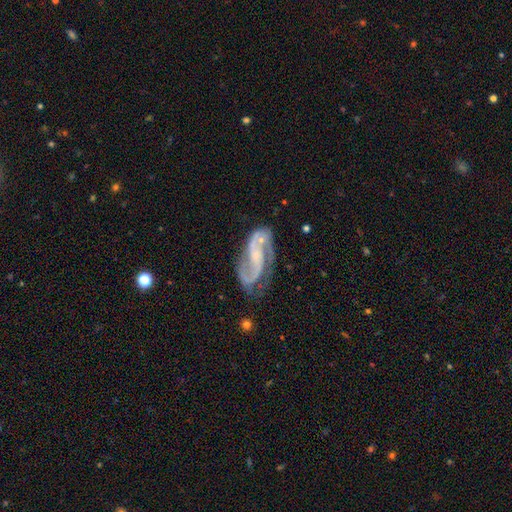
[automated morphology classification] smooth-or-featured: featured or disk: 90% | star or artifact: 5% | smooth: 5%
  disk-edge-on: no: 97% | yes: 3%
    bar: weak: 42% | no: 41% | strong: 17%
    has-spiral-arms: yes: 97% | no: 3%
      spiral-winding: medium: 55% | loose: 28% | tight: 17%
      spiral-arm-count: 2: 90% | can't tell: 3% | 1: 2% | 3: 2% | 4: 1% | more than 4: 1%
    bulge-size: small: 51% | none: 25% | moderate: 20% | large: 2% | dominant: 1%
  merging: none: 64% | minor disturbance: 20% | major disturbance: 11% | merger: 4%